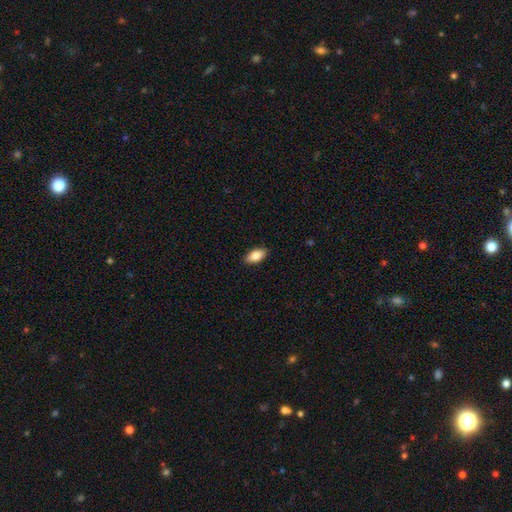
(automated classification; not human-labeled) smooth_or_featured: smooth (p=0.85) [alt: featured or disk p=0.08]
how_rounded: in between (p=0.92) [alt: cigar-shaped p=0.05]
merging: none (p=0.89) [alt: minor disturbance p=0.09]